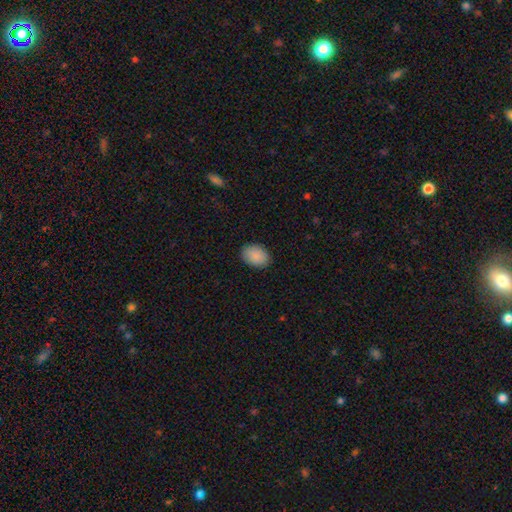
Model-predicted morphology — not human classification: Q: Smooth or featured?
A: smooth (90%); runner-up: star or artifact (7%)
Q: How rounded?
A: in between (79%); runner-up: round (20%)
Q: Merging?
A: none (89%); runner-up: minor disturbance (8%)